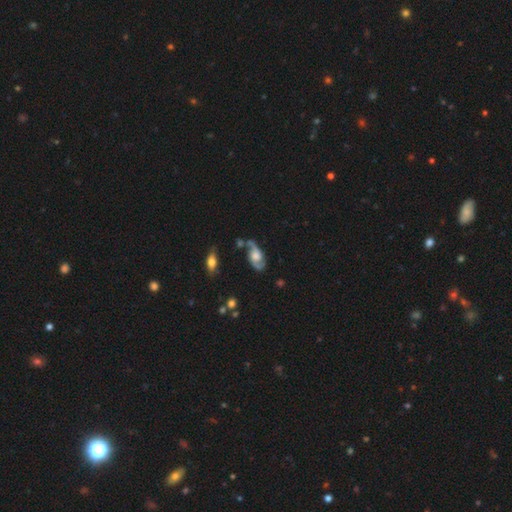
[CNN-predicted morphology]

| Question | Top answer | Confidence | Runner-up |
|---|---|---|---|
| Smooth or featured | featured or disk | 78% | smooth (15%) |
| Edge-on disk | no | 93% | yes (7%) |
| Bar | no | 65% | weak (29%) |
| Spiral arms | yes | 91% | no (9%) |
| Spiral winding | medium | 43% | loose (42%) |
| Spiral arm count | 2 | 89% | can't tell (4%) |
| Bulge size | large | 43% | moderate (35%) |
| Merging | none | 57% | minor disturbance (22%) |